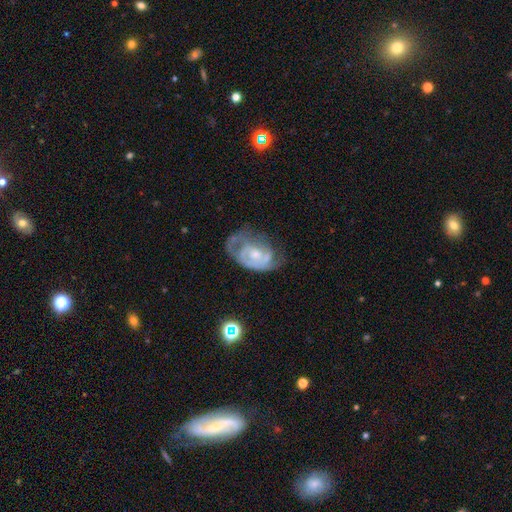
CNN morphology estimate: Smooth or featured? Predicted: featured or disk (p=0.75). Edge-on disk? Predicted: no (p=0.97). Bar? Predicted: no (p=0.71). Spiral arms? Predicted: yes (p=0.77). Spiral winding? Predicted: tight (p=0.49). Spiral arm count? Predicted: can't tell (p=0.35). Bulge size? Predicted: moderate (p=0.50). Merging? Predicted: none (p=0.38).